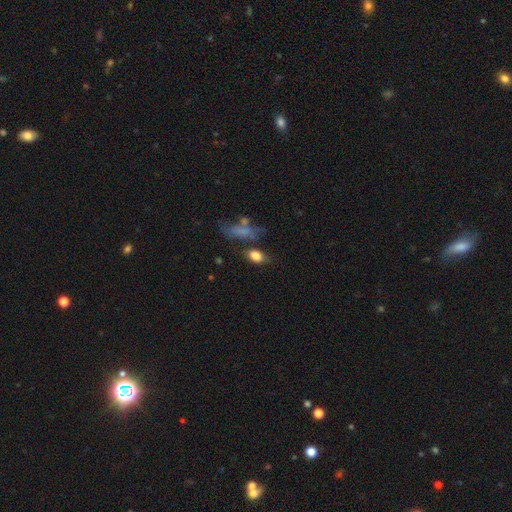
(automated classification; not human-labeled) Smooth or featured? smooth (78%)
How rounded? in between (84%)
Merging? none (56%)